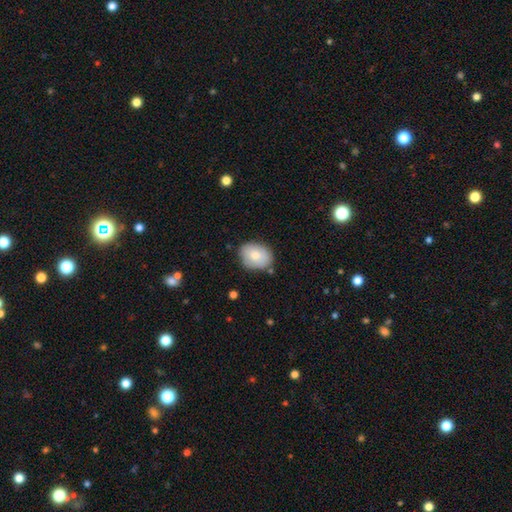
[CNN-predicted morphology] A smooth galaxy with no disk features (76%) that is in between round and cigar-shaped (63%). Merging: none (78%).